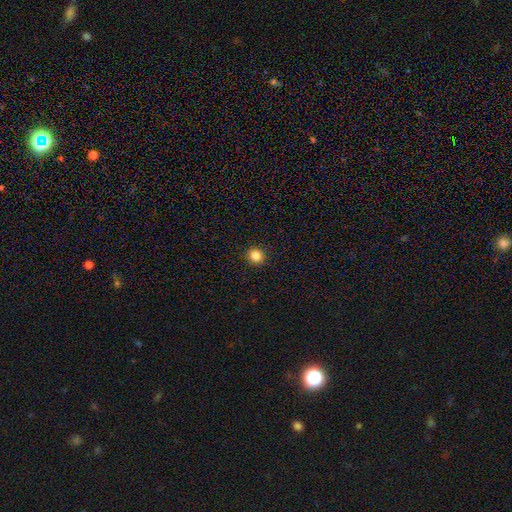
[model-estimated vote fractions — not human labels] smooth 85%, star or artifact 11%, featured or disk 4%. Down the decision tree: how rounded — round (88%); merging — none (93%).